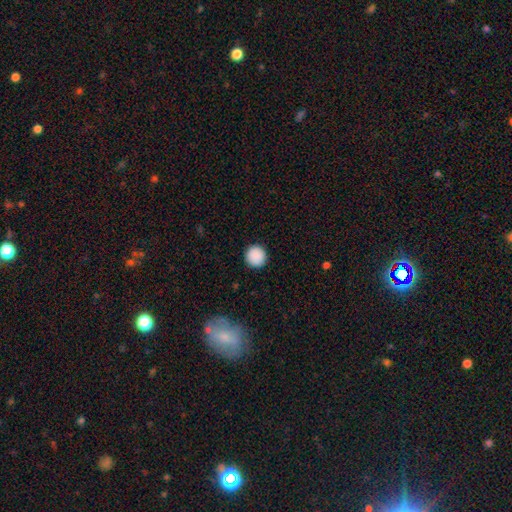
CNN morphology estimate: Overall: smooth (89%). How rounded: round (95%). Merging: none (92%).